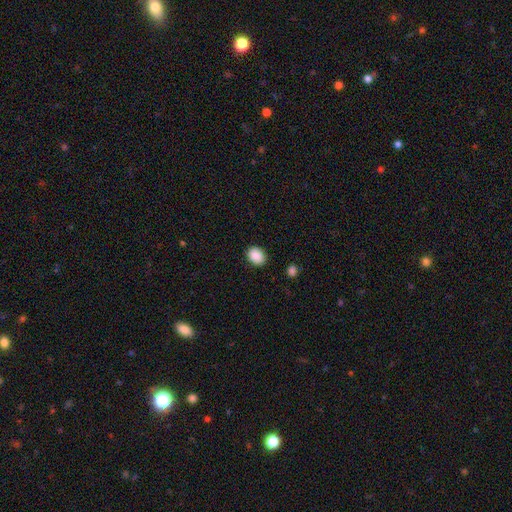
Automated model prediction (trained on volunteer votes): The model was most divided on "how rounded": in between: 62%, round: 37%, cigar-shaped: 1%. More confident: smooth or featured — smooth (89%); merging — none (88%).